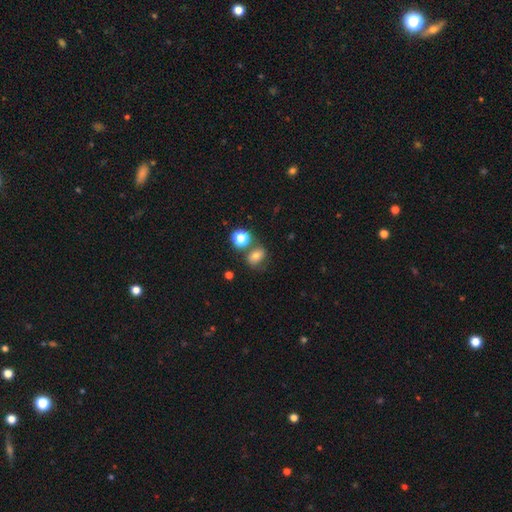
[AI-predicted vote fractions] A smooth galaxy with no disk features (65%) that is in between round and cigar-shaped (57%).

Vote fractions:
- Smooth or featured? smooth: 65% / featured or disk: 19% / star or artifact: 16%
- How rounded? in between: 57% / round: 42% / cigar-shaped: 2%
- Merging? none: 58% / merger: 19% / minor disturbance: 16% / major disturbance: 7%